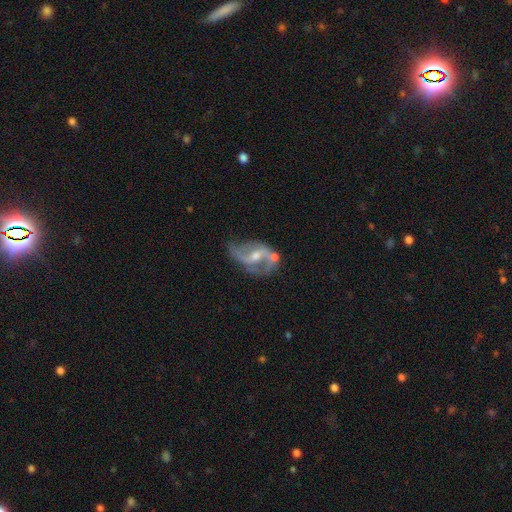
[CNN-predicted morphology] Smooth or featured: featured or disk — 85% (smooth — 9%)
Edge-on disk: no — 96% (yes — 4%)
Bar: weak — 46% (no — 29%)
Spiral arms: yes — 90% (no — 10%)
Spiral winding: loose — 45% (medium — 42%)
Spiral arm count: 2 — 84% (can't tell — 6%)
Bulge size: moderate — 56% (small — 39%)
Merging: none — 51% (minor disturbance — 23%)